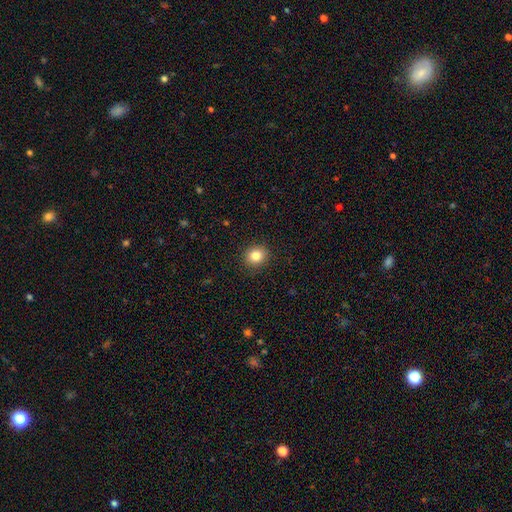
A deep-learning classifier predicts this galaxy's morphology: Smooth or featured? smooth (83%)
How rounded? round (82%)
Merging? none (91%)